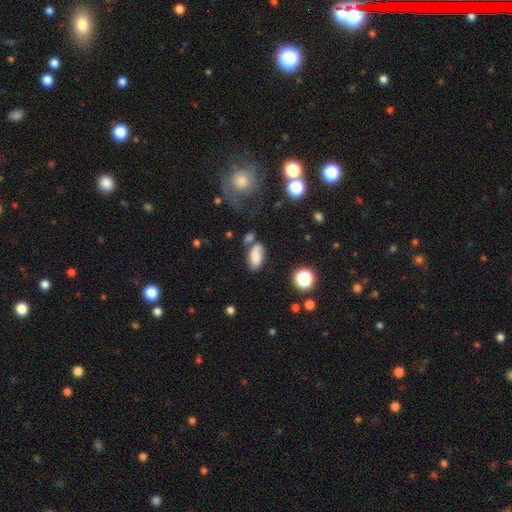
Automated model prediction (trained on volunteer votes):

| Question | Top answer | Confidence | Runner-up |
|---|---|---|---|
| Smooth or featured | smooth | 72% | featured or disk (17%) |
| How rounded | in between | 89% | cigar-shaped (6%) |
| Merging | none | 55% | minor disturbance (22%) |